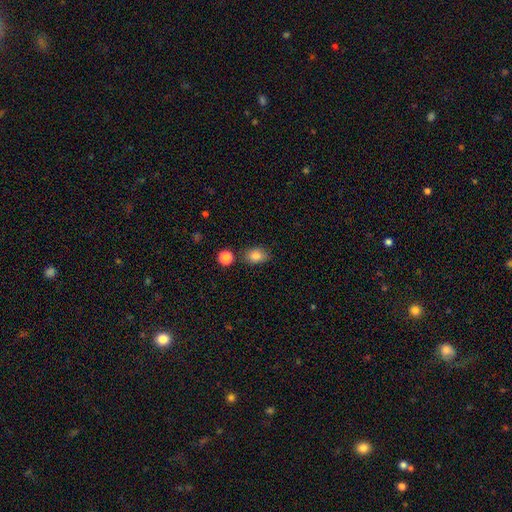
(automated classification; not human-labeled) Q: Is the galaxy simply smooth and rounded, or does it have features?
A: smooth — 84%.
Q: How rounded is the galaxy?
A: in between — 70%.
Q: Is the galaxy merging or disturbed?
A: none — 76%.